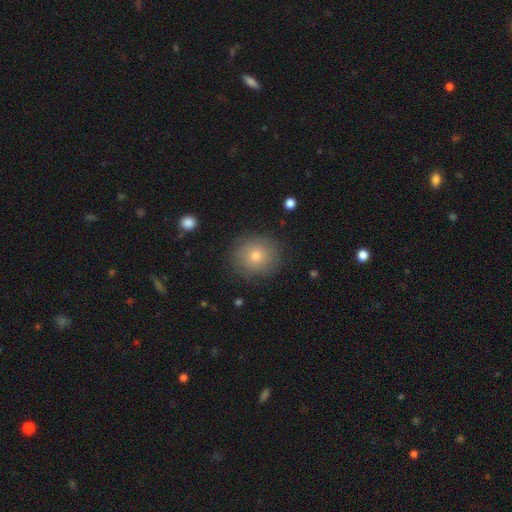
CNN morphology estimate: The model was most divided on "smooth or featured": smooth: 73%, featured or disk: 14%, star or artifact: 13%. More confident: merging — none (86%); how rounded — round (84%).